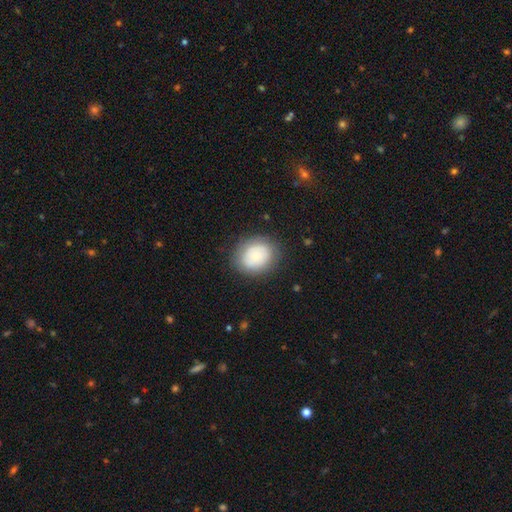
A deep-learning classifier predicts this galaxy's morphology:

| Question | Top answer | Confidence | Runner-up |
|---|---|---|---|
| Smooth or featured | smooth | 72% | featured or disk (20%) |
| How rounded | round | 65% | in between (34%) |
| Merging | none | 80% | minor disturbance (13%) |